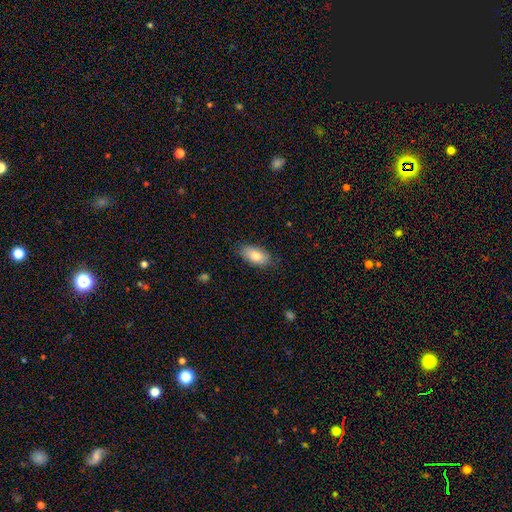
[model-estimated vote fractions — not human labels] Smooth or featured? Predicted: smooth (p=0.79). How rounded? Predicted: in between (p=0.92). Merging? Predicted: none (p=0.82).